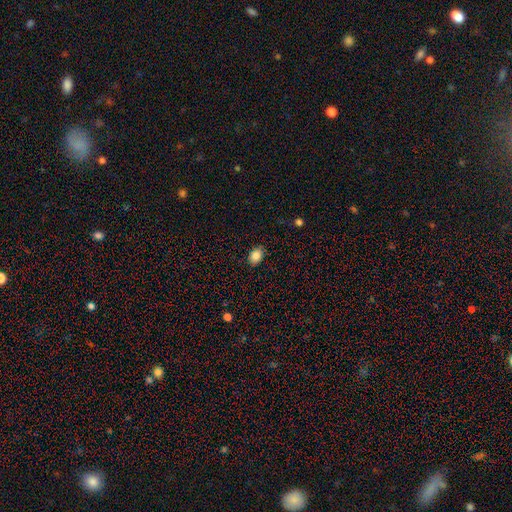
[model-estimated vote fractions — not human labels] A smooth galaxy with no disk features (85%) that is in between round and cigar-shaped (76%). Merging: none (86%).